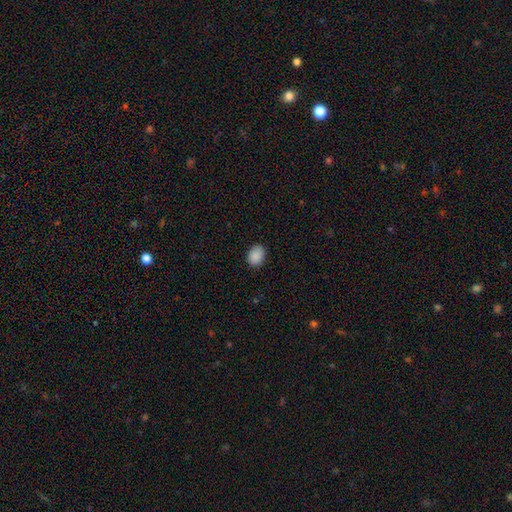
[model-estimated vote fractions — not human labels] The model was most divided on "how rounded": in between: 66%, round: 33%, cigar-shaped: 1%. More confident: smooth or featured — smooth (89%); merging — none (86%).